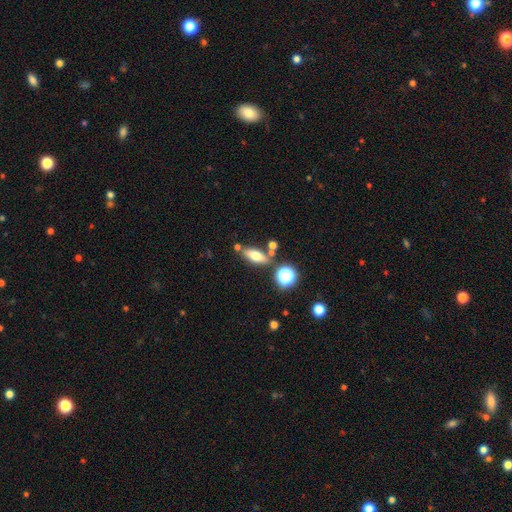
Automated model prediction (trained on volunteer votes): A smooth galaxy with no disk features (62%) that is in between round and cigar-shaped (60%). Merging: none (72%).